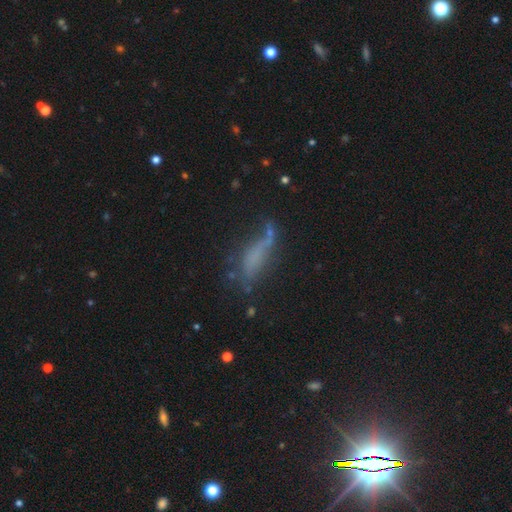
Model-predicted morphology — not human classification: smooth_or_featured: smooth (p=0.46) [alt: featured or disk p=0.36]
merging: none (p=0.40) [alt: minor disturbance p=0.25]